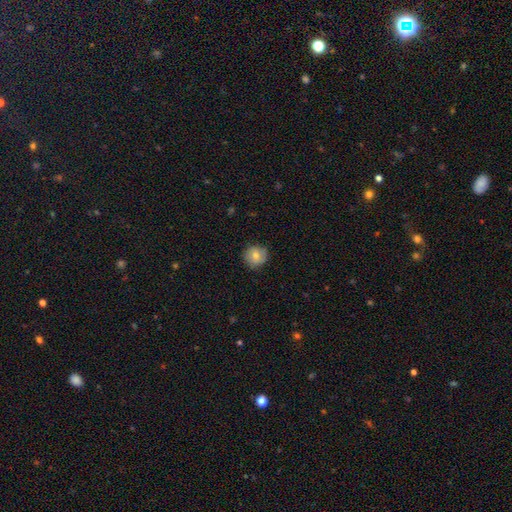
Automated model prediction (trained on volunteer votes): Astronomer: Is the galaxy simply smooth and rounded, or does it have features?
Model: smooth — 71%.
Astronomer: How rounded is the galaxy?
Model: round — 91%.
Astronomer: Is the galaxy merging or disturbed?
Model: none — 82%.